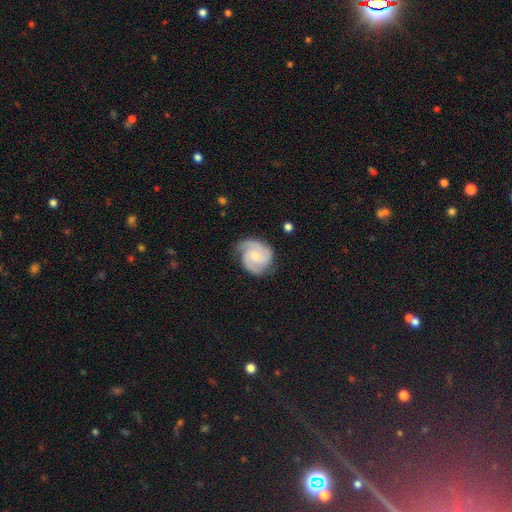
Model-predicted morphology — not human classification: Q: Smooth or featured?
A: featured or disk (80%); runner-up: smooth (14%)
Q: Edge-on disk?
A: no (98%); runner-up: yes (2%)
Q: Bar?
A: no (65%); runner-up: weak (31%)
Q: Spiral arms?
A: yes (97%); runner-up: no (3%)
Q: Spiral winding?
A: tight (47%); runner-up: medium (43%)
Q: Spiral arm count?
A: 3 (41%); runner-up: 2 (40%)
Q: Bulge size?
A: small (54%); runner-up: moderate (40%)
Q: Merging?
A: none (72%); runner-up: minor disturbance (21%)